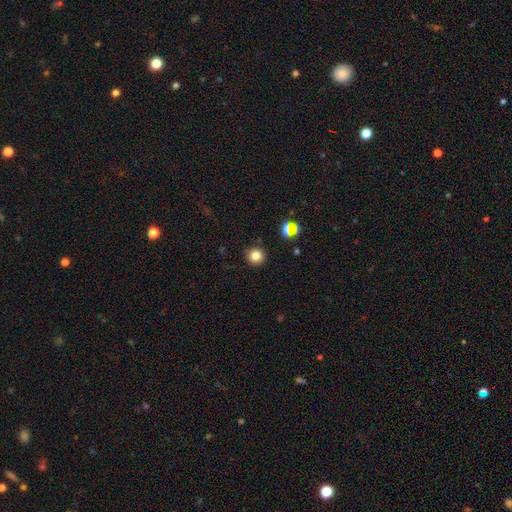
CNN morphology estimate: Q: Smooth or featured?
A: smooth (79%); runner-up: star or artifact (15%)
Q: How rounded?
A: round (93%); runner-up: in between (6%)
Q: Merging?
A: none (90%); runner-up: minor disturbance (6%)